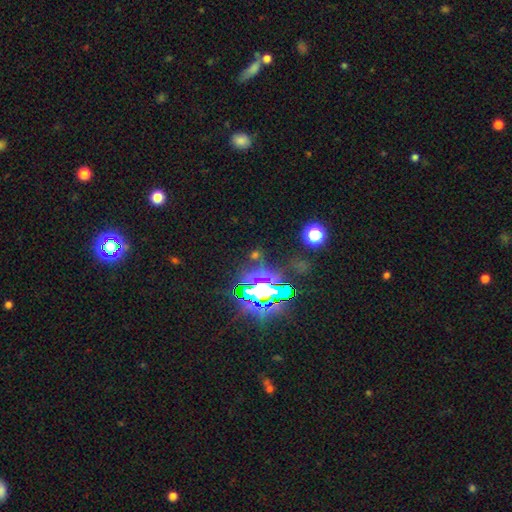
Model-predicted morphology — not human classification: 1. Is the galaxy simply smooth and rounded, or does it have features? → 76% star or artifact, 14% smooth, 10% featured or disk.